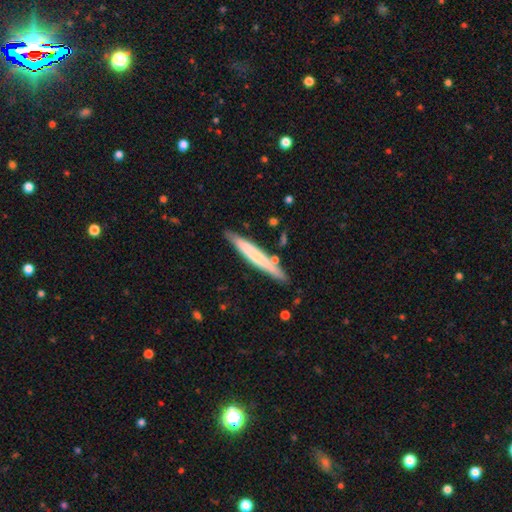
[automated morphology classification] A smooth galaxy with no disk features (53%) that is cigar-shaped (95%).

Vote fractions:
- Smooth or featured? smooth: 53% / featured or disk: 41% / star or artifact: 6%
- How rounded? cigar-shaped: 95% / in between: 4% / round: 1%
- Merging? none: 81% / minor disturbance: 12% / merger: 5% / major disturbance: 2%